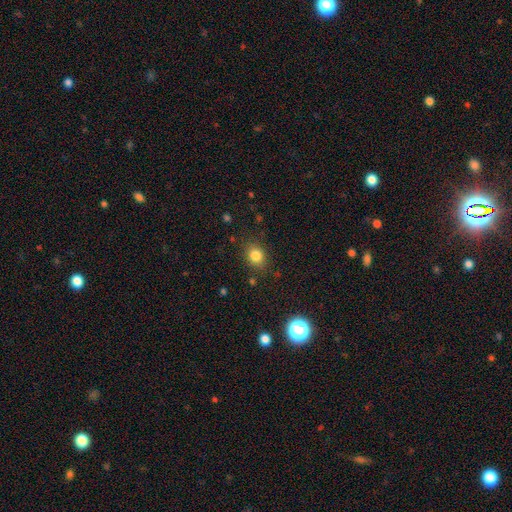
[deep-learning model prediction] Morphology: type=smooth (82%); roundness=round (55%); merging=none (83%).